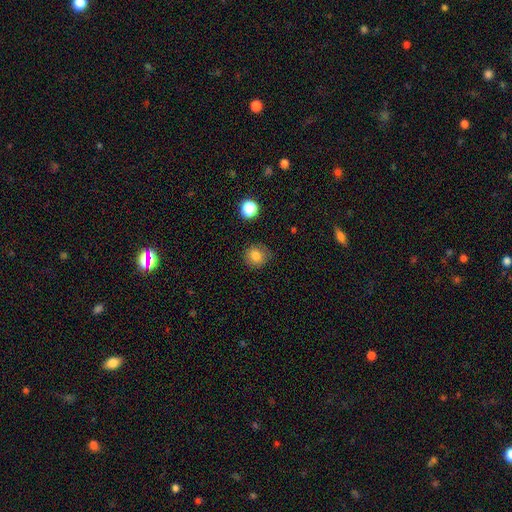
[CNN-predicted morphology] A smooth galaxy with no disk features (82%) that is round (86%). Merging: none (81%).